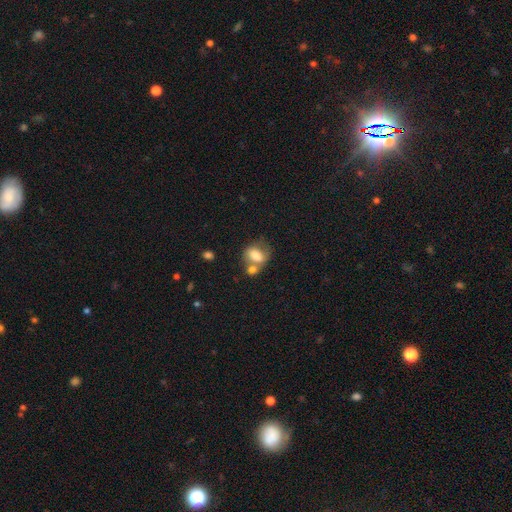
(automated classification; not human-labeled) Overall: smooth (70%). How rounded: in between (66%; round 33%). Merging: merger (45%; none 30%).